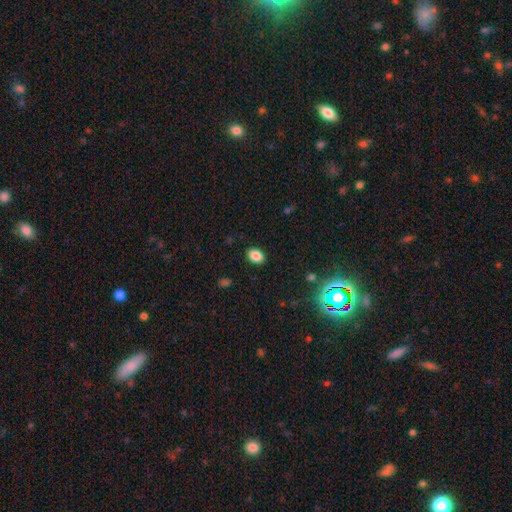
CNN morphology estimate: A smooth galaxy with no disk features (86%) that is in between round and cigar-shaped (77%). Merging: none (88%).